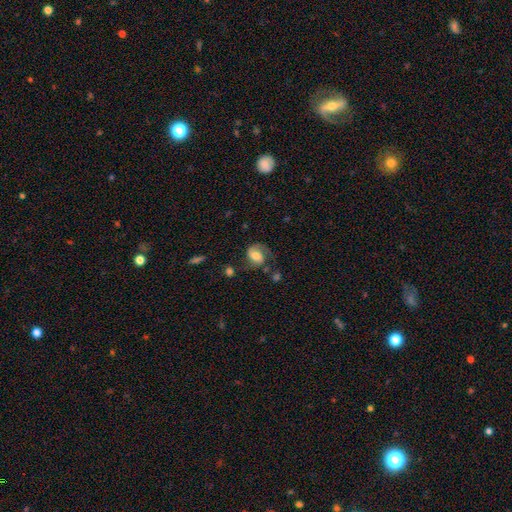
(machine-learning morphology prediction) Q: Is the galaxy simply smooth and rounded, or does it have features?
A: featured or disk — 54%.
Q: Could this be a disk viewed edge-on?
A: no — 96%.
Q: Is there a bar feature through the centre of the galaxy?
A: no — 46%.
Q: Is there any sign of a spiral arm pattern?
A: yes — 86%.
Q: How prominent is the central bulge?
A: moderate — 60%.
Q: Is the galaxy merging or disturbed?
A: none — 50%.